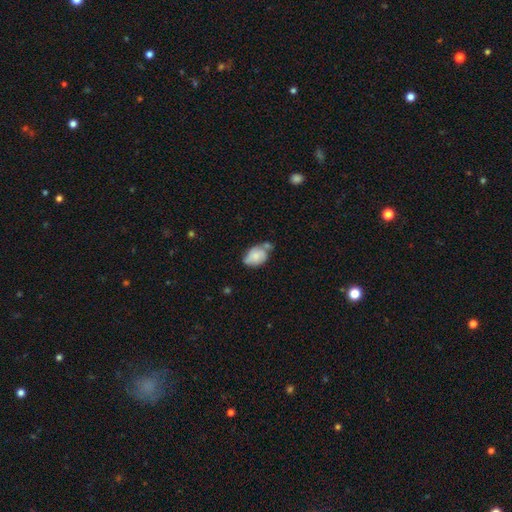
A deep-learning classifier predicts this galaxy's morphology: smooth_or_featured: smooth (p=0.67) [alt: featured or disk p=0.25]
how_rounded: in between (p=0.83) [alt: round p=0.15]
merging: none (p=0.39) [alt: minor disturbance p=0.29]